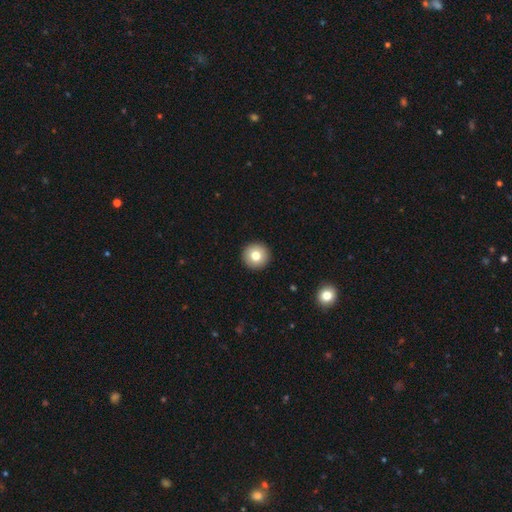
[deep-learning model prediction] smooth-or-featured: smooth: 78% | featured or disk: 13% | star or artifact: 9%
  how-rounded: round: 96% | in between: 3% | cigar-shaped: 1%
  merging: none: 94% | minor disturbance: 4% | major disturbance: 1% | merger: 1%